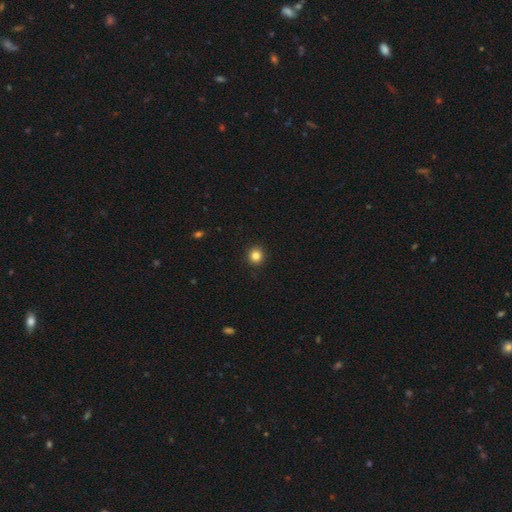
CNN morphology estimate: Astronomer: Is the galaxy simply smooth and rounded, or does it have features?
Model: smooth — 83%.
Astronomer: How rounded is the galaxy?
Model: round — 91%.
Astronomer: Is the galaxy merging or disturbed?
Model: none — 93%.